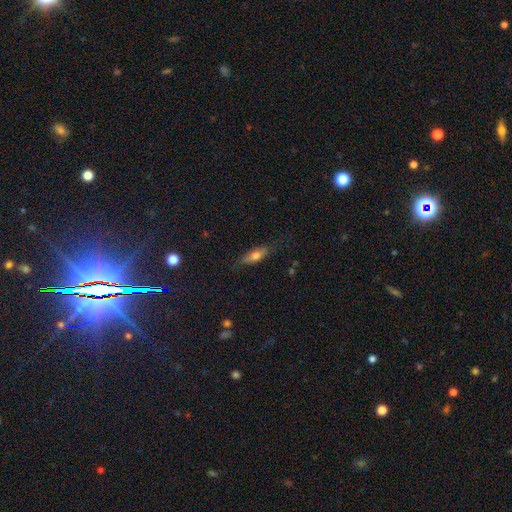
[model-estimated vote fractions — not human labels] smooth_or_featured: smooth (p=0.63) [alt: featured or disk p=0.29]
how_rounded: in between (p=0.53) [alt: cigar-shaped p=0.44]
merging: none (p=0.76) [alt: minor disturbance p=0.18]